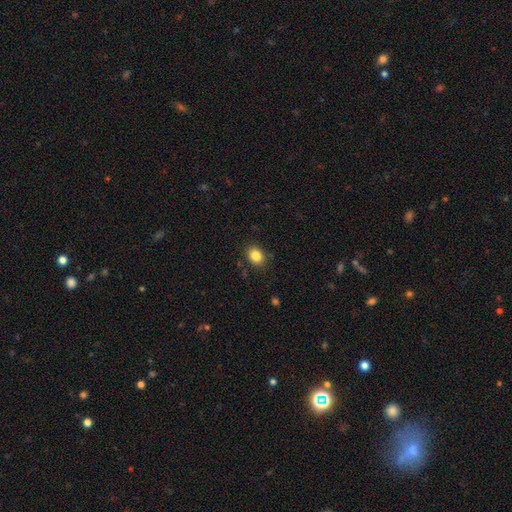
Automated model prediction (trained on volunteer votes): Q: Smooth or featured?
A: smooth (84%); runner-up: star or artifact (10%)
Q: How rounded?
A: round (52%); runner-up: in between (47%)
Q: Merging?
A: none (85%); runner-up: minor disturbance (11%)